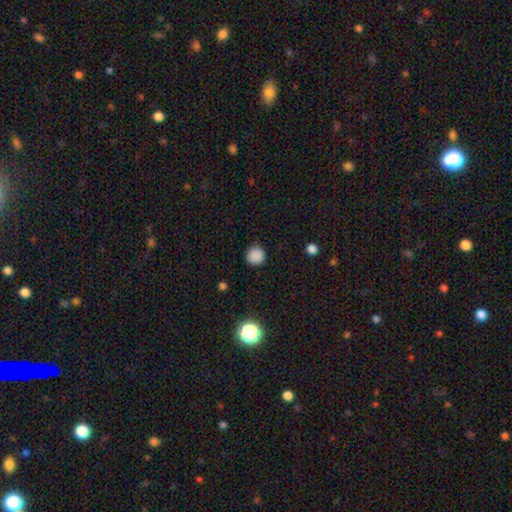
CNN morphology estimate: This is clearly a smooth galaxy (85%). How rounded: clearly round (93%). Merging: clearly none (87%).